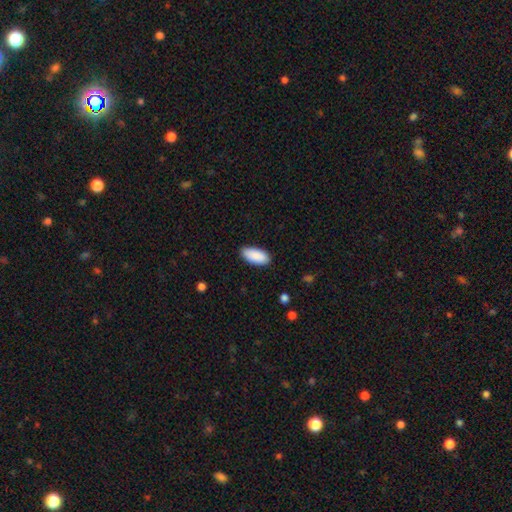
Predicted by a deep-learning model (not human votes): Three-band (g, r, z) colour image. It shows a smooth galaxy with no disk features (91%) that is in between round and cigar-shaped (91%). Merging: none (87%).